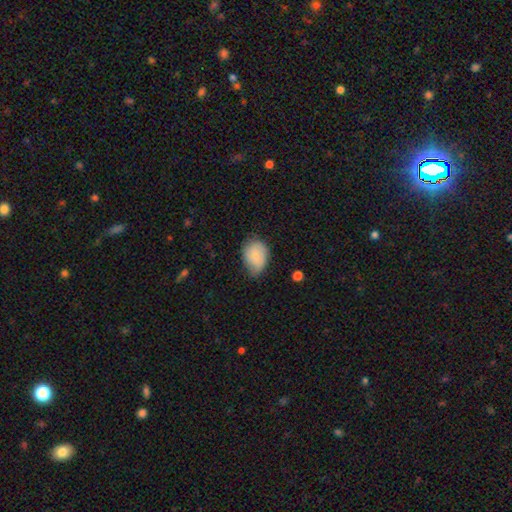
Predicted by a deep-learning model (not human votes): This appears to be a smooth galaxy with no disk features (77%) that is in between round and cigar-shaped (74%). Merging: none (54%).